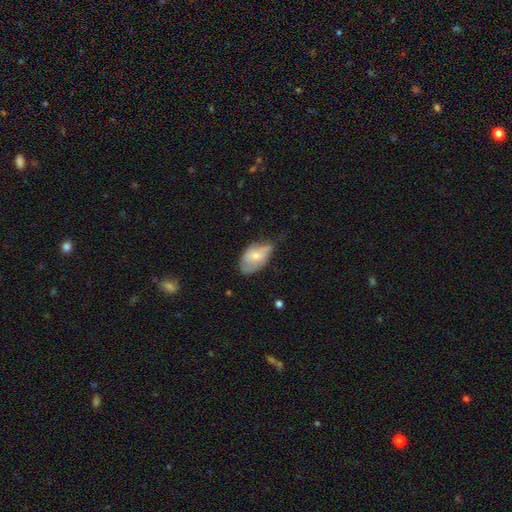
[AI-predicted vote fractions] Smooth or featured? smooth (66%)
How rounded? in between (91%)
Merging? minor disturbance (46%)